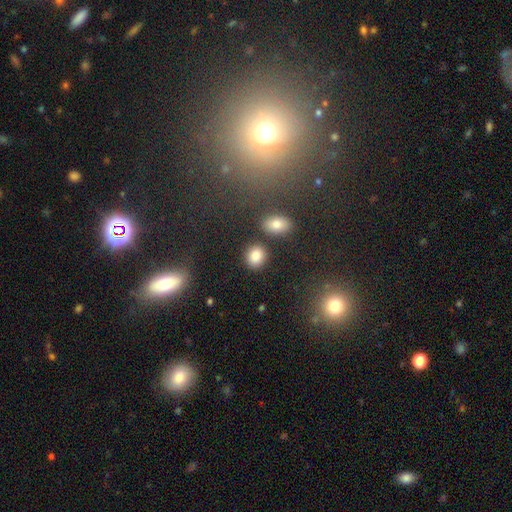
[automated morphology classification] Smooth or featured?
  - smooth: 84% *
  - star or artifact: 10%
  - featured or disk: 6%
How rounded?
  - round: 68% *
  - in between: 31%
  - cigar-shaped: 1%
Merging?
  - none: 79% *
  - minor disturbance: 9%
  - merger: 8%
  - major disturbance: 3%